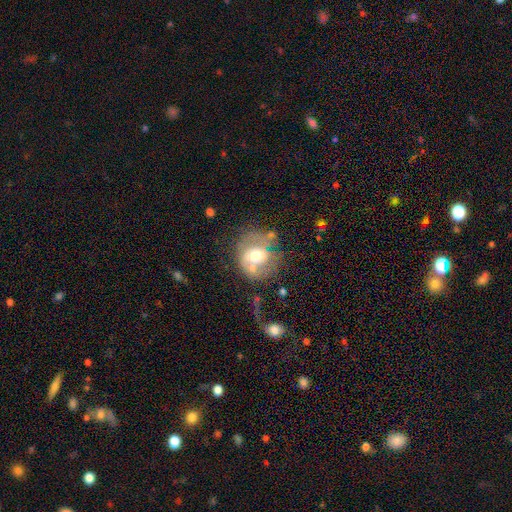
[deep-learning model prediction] Smooth or featured: featured or disk — 51% (smooth — 40%)
Edge-on disk: no — 96% (yes — 4%)
Merging: none — 41% (minor disturbance — 21%)